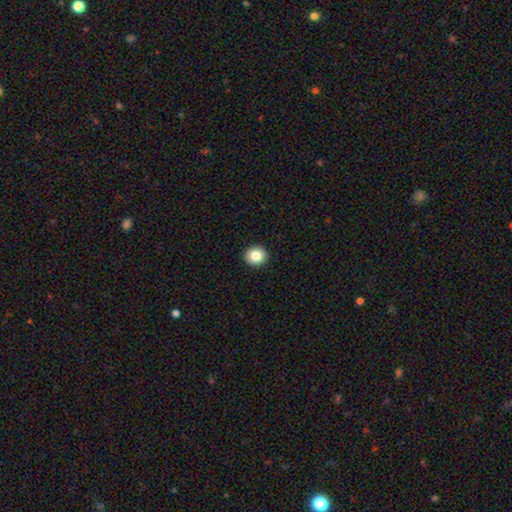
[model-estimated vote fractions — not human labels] Q: Smooth or featured?
A: smooth (85%); runner-up: star or artifact (9%)
Q: How rounded?
A: round (89%); runner-up: in between (10%)
Q: Merging?
A: none (93%); runner-up: minor disturbance (4%)